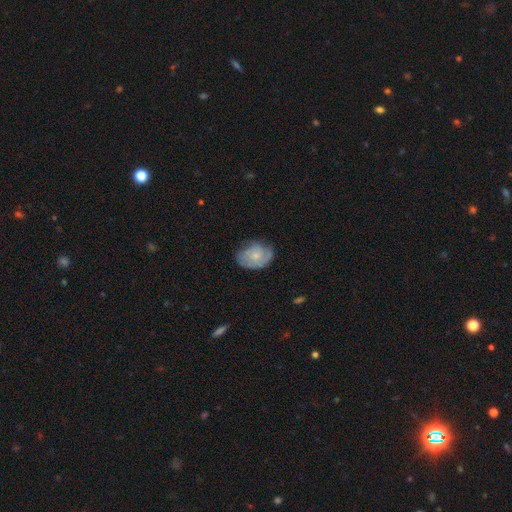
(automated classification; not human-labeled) This appears to be a featured or disk galaxy (50%). Merging: none (60%).